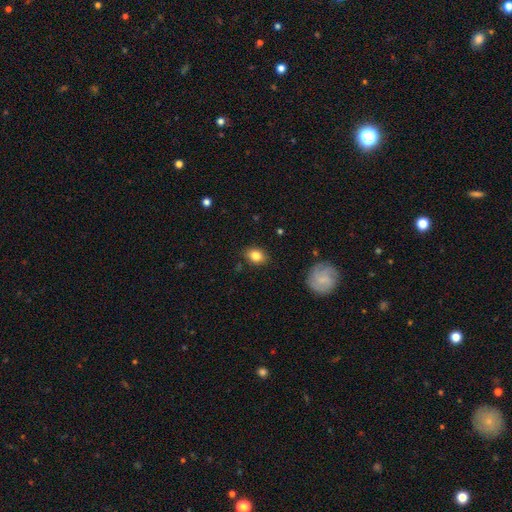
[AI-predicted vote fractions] Overall: smooth (83%). How rounded: in between (62%; round 37%). Merging: none (84%).